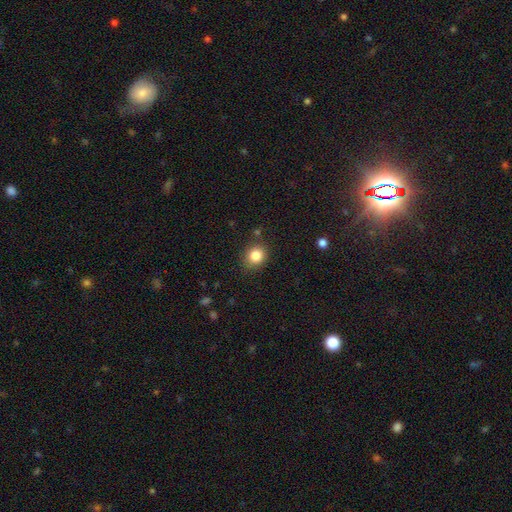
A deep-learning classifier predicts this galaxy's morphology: A smooth galaxy with no disk features (85%) that is round (73%).

Vote fractions:
- Smooth or featured? smooth: 85% / star or artifact: 10% / featured or disk: 5%
- How rounded? round: 73% / in between: 26% / cigar-shaped: 1%
- Merging? none: 82% / minor disturbance: 12% / major disturbance: 3% / merger: 3%